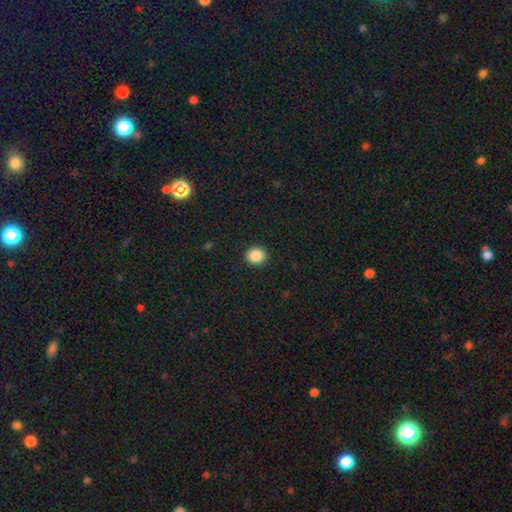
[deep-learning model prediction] smooth-or-featured: smooth: 87% | star or artifact: 9% | featured or disk: 3%
  how-rounded: round: 88% | in between: 11% | cigar-shaped: 1%
  merging: none: 92% | minor disturbance: 5% | major disturbance: 2% | merger: 1%